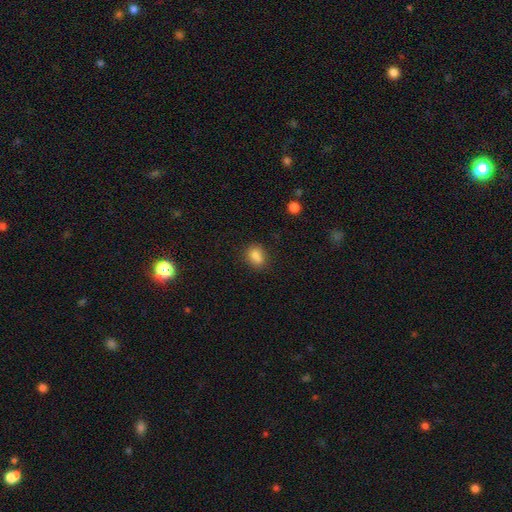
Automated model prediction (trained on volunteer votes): This appears to be a smooth galaxy with no disk features (84%) that is in between round and cigar-shaped (65%). Merging: none (72%).